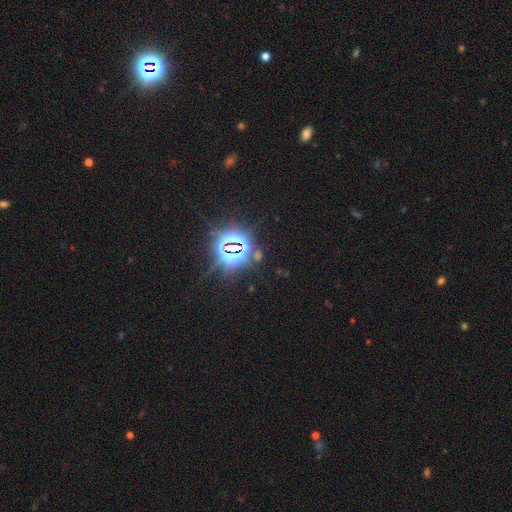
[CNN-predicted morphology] A star or artifact, not a galaxy (82%).